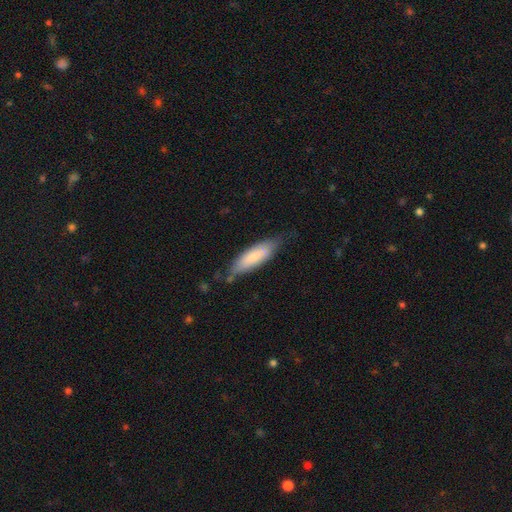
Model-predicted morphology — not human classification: A smooth galaxy with no disk features (76%) that is in between round and cigar-shaped (50%).

Vote fractions:
- Smooth or featured? smooth: 76% / featured or disk: 19% / star or artifact: 5%
- How rounded? in between: 50% / cigar-shaped: 48% / round: 1%
- Merging? none: 63% / minor disturbance: 28% / major disturbance: 6% / merger: 3%